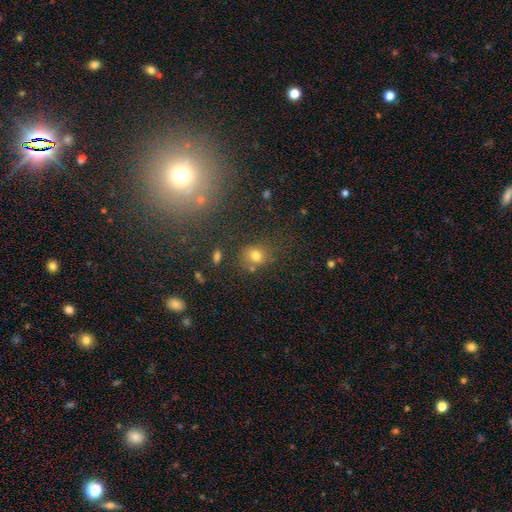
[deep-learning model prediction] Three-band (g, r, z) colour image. It shows a smooth galaxy with no disk features (73%) that is round (68%). Merging: none (69%).